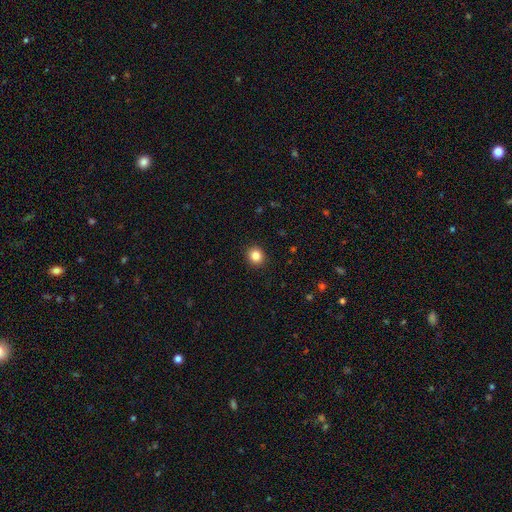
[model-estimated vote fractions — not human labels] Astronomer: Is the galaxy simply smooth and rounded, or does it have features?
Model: smooth — 85%.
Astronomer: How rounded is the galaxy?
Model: round — 85%.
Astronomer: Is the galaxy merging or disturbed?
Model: none — 92%.